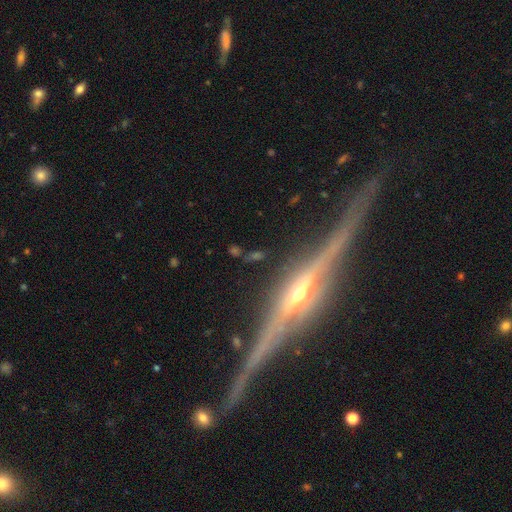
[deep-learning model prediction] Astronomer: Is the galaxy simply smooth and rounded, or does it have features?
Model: featured or disk — 74%.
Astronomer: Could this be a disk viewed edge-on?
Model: yes — 92%.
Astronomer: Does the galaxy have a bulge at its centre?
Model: rounded — 87%.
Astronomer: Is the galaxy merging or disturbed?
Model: none — 81%.